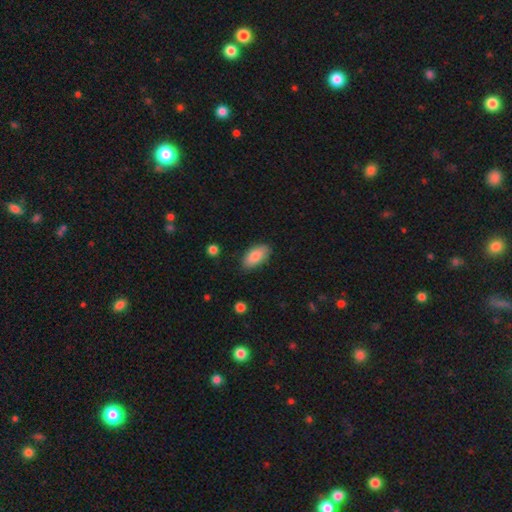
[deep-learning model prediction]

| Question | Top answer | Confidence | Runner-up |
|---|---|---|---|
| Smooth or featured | smooth | 86% | featured or disk (8%) |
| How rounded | in between | 92% | cigar-shaped (6%) |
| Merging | none | 81% | minor disturbance (15%) |